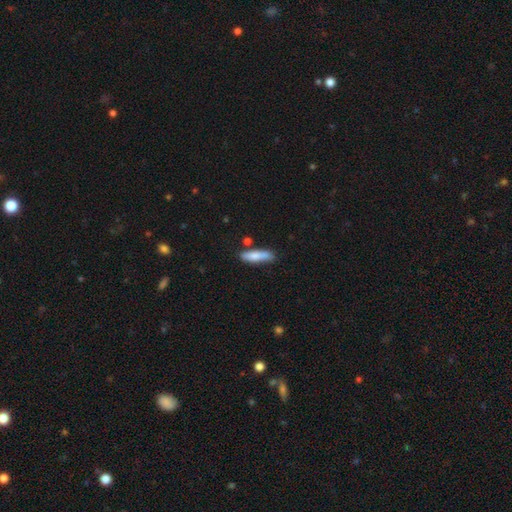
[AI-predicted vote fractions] Morphology: type=smooth (77%); roundness=cigar-shaped (71%); merging=none (69%).